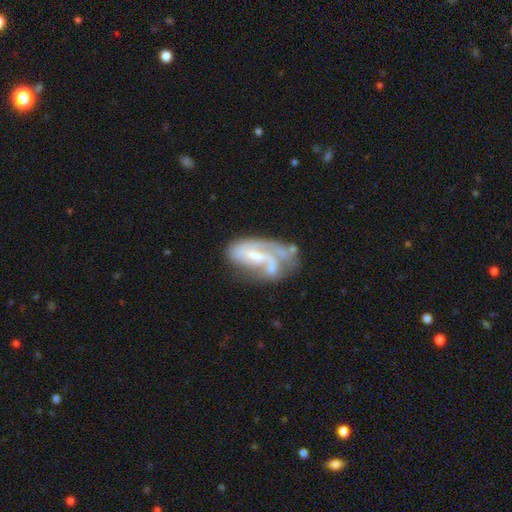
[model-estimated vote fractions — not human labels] The model was most divided on "merging": none: 37%, major disturbance: 29%, minor disturbance: 23%, merger: 11%. Remaining: edge-on disk — no (95%); spiral arms — yes (84%); smooth or featured — featured or disk (77%); bulge size — small (45%); bar — weak (45%); spiral arm count — 2 (41%); spiral winding — medium (40%).